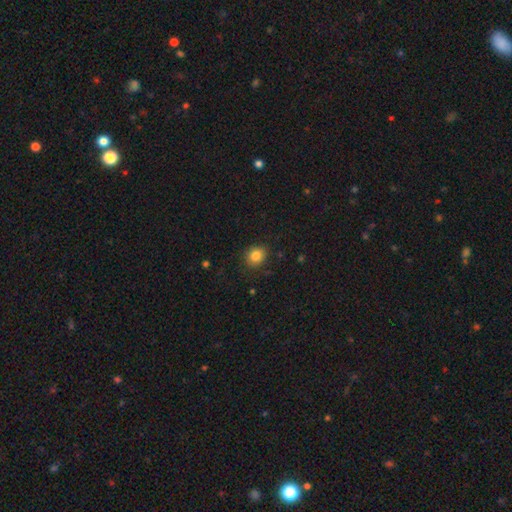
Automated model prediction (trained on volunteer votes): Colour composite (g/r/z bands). It shows a smooth galaxy with no disk features (84%) that is round (70%). Merging: none (85%).